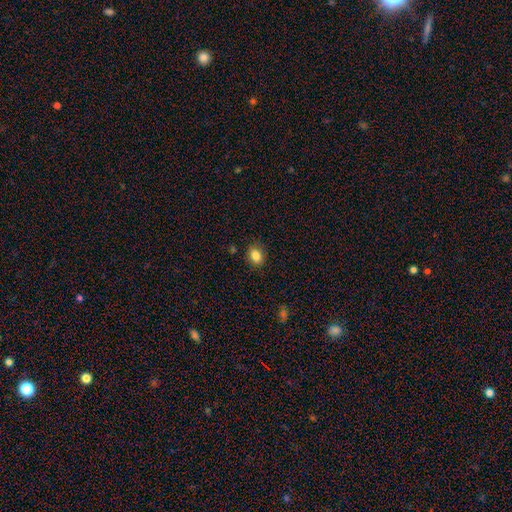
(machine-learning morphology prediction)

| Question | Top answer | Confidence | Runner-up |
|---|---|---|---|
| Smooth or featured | smooth | 84% | star or artifact (10%) |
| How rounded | in between | 55% | round (44%) |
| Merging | none | 87% | minor disturbance (10%) |